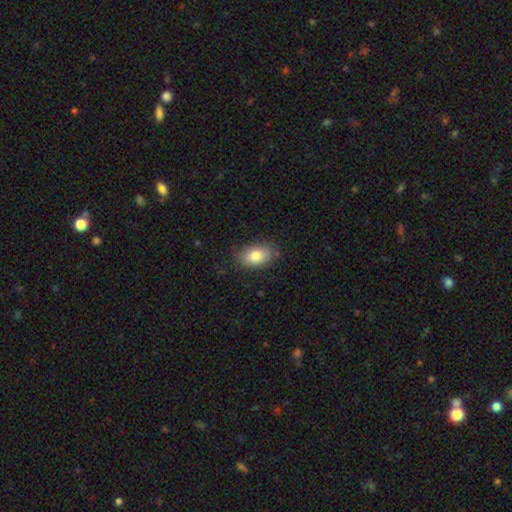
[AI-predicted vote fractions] smooth_or_featured: smooth (p=0.83) [alt: featured or disk p=0.10]
how_rounded: in between (p=0.88) [alt: round p=0.11]
merging: none (p=0.80) [alt: minor disturbance p=0.15]